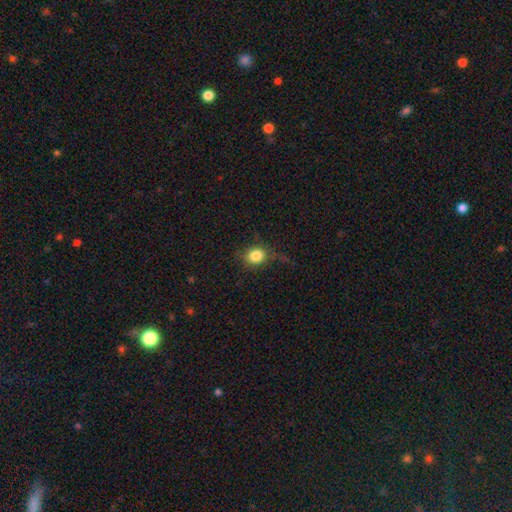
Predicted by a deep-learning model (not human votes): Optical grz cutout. It shows a smooth galaxy with no disk features (81%) that is round (70%). Merging: none (68%).